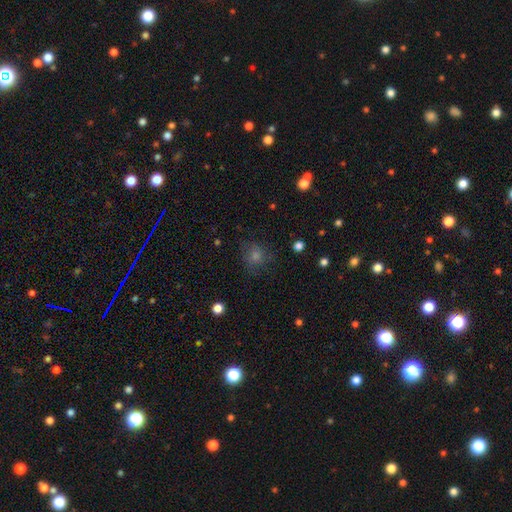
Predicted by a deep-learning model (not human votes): This is possibly a smooth galaxy (50%). How rounded: clearly round (84%). Merging: likely none (76%).